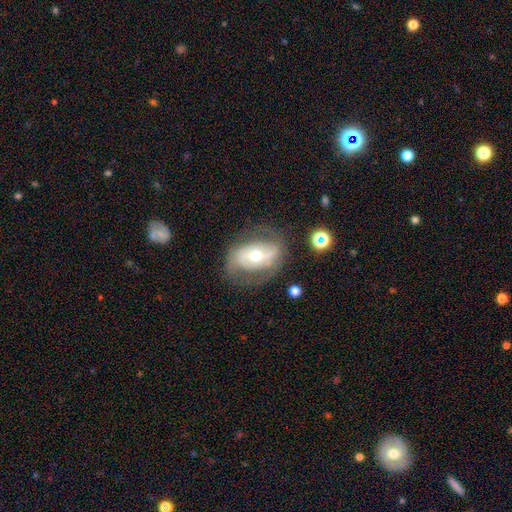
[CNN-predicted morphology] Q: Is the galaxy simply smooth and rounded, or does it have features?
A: featured or disk — 66%.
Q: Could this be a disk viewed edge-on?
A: no — 93%.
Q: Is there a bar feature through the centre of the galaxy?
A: no — 50%.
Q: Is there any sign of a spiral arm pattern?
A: yes — 61%.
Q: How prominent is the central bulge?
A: moderate — 69%.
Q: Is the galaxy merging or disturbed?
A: none — 62%.